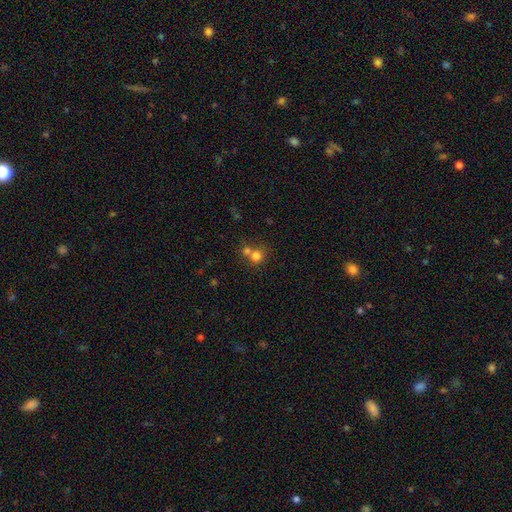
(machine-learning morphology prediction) type=smooth (76%); roundness=round (85%); merging=merger (48%).